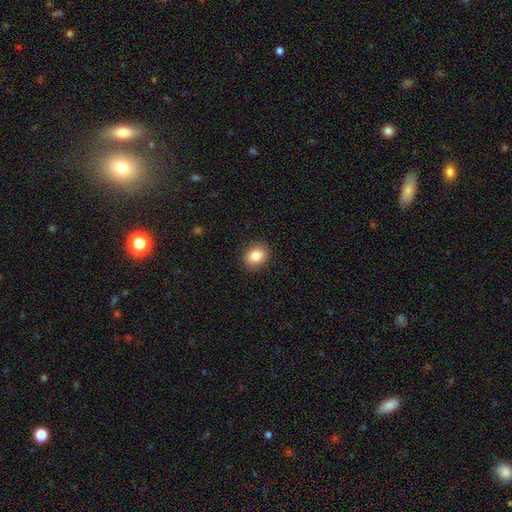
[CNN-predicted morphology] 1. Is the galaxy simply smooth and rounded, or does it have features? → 83% smooth, 9% star or artifact, 8% featured or disk.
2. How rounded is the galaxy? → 51% in between, 48% round, 1% cigar-shaped.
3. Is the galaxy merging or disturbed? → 89% none, 8% minor disturbance, 2% major disturbance, 1% merger.